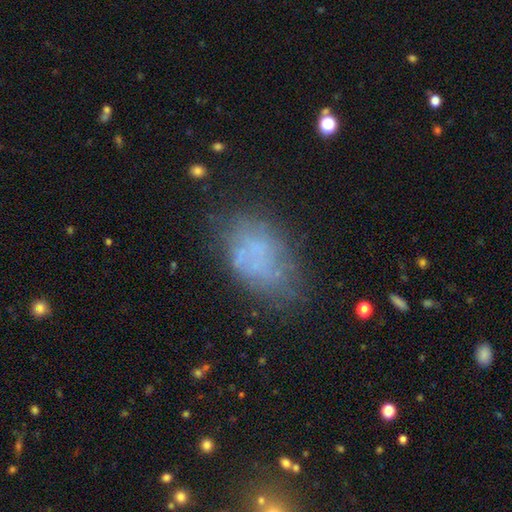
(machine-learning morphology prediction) This appears to be a smooth galaxy with no disk features (50%). Merging: none (52%).